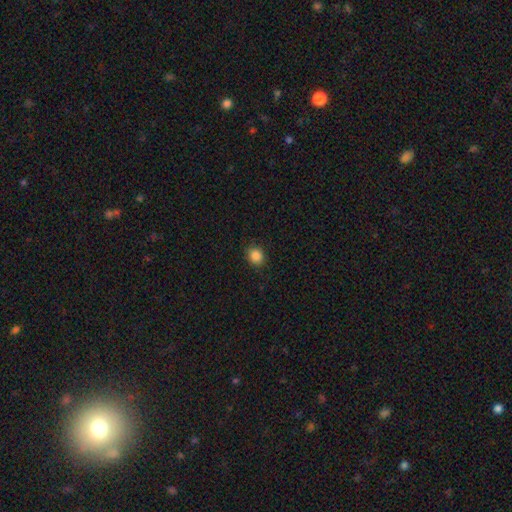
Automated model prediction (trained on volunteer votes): A smooth galaxy with no disk features (86%) that is round (72%). Merging: none (87%).